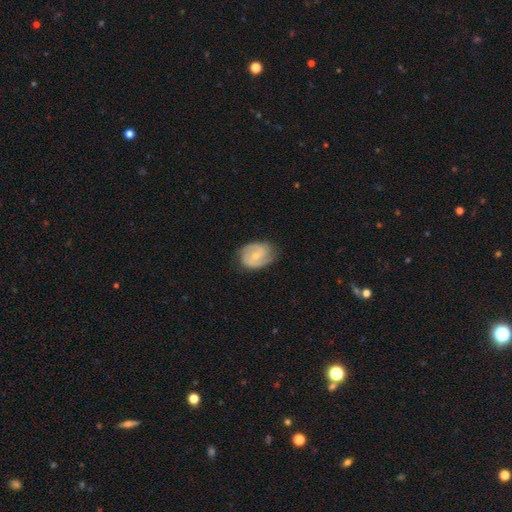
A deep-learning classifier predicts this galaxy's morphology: smooth-or-featured: featured or disk: 75% | smooth: 20% | star or artifact: 5%
  disk-edge-on: no: 98% | yes: 2%
    bar: no: 46% | weak: 45% | strong: 9%
    has-spiral-arms: yes: 93% | no: 7%
      spiral-winding: medium: 46% | tight: 38% | loose: 16%
      spiral-arm-count: 2: 82% | can't tell: 9% | 3: 4% | 1: 3% | 4: 1% | more than 4: 1%
    bulge-size: small: 60% | moderate: 34% | none: 4% | large: 1% | dominant: 1%
  merging: none: 71% | minor disturbance: 21% | major disturbance: 6% | merger: 1%